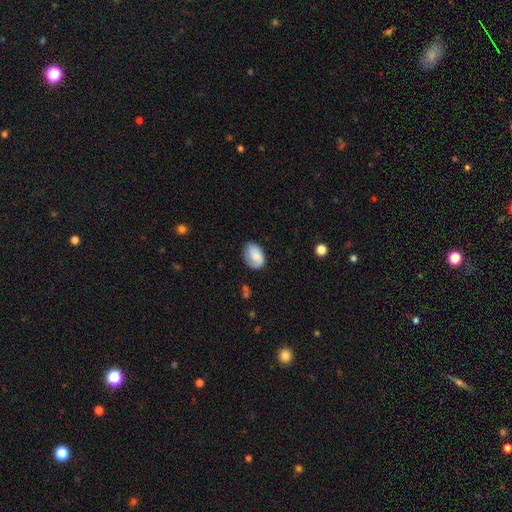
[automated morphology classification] smooth-or-featured: smooth: 67% | featured or disk: 26% | star or artifact: 8%
  how-rounded: in between: 80% | round: 19% | cigar-shaped: 1%
  merging: none: 63% | minor disturbance: 26% | major disturbance: 9% | merger: 2%